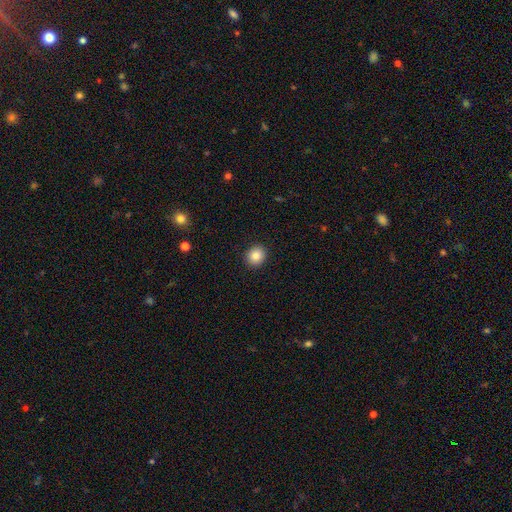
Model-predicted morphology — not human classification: A smooth galaxy with no disk features (85%) that is round (81%).

Vote fractions:
- Smooth or featured? smooth: 85% / star or artifact: 9% / featured or disk: 6%
- How rounded? round: 81% / in between: 18% / cigar-shaped: 1%
- Merging? none: 92% / minor disturbance: 5% / major disturbance: 2% / merger: 1%